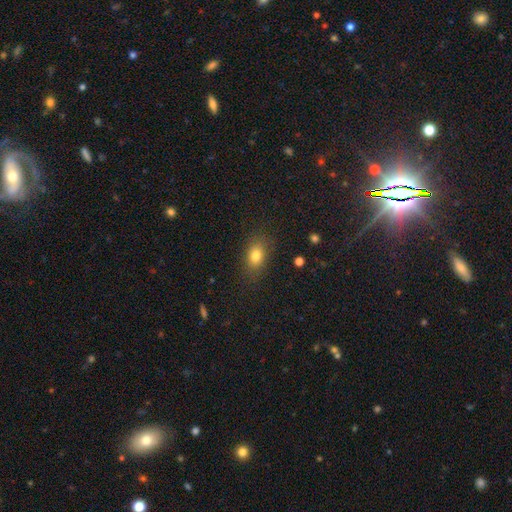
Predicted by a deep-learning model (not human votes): This appears to be a smooth galaxy with no disk features (81%) that is in between round and cigar-shaped (76%). Merging: none (81%).